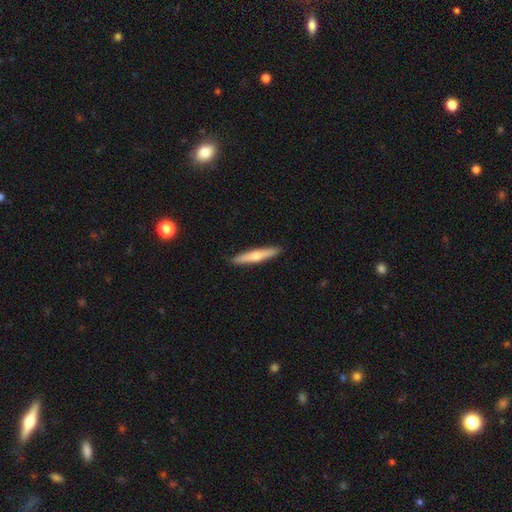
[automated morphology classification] Smooth or featured? smooth (49%)
Merging? none (91%)